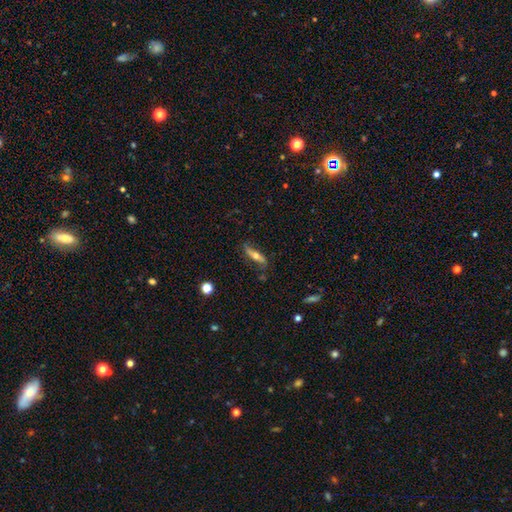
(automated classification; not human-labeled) Morphology: type=featured or disk (57%); edge-on=yes (61%); merging=none (68%).